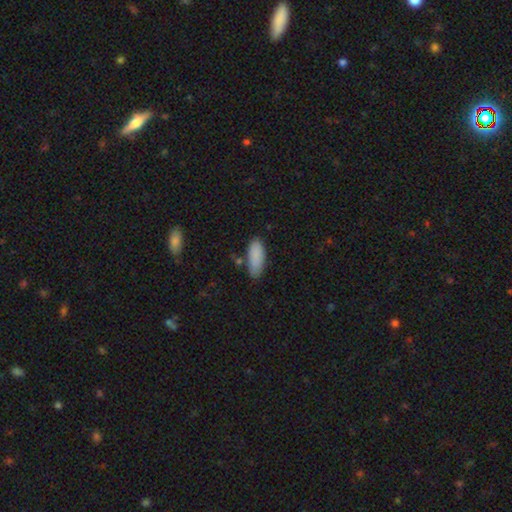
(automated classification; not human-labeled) Overall: smooth (88%). How rounded: in between (76%). Merging: none (76%).